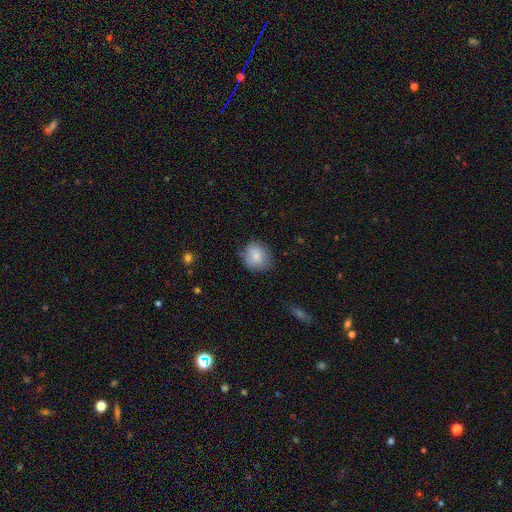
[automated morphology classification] A smooth galaxy with no disk features (82%) that is round (71%). Merging: none (69%).